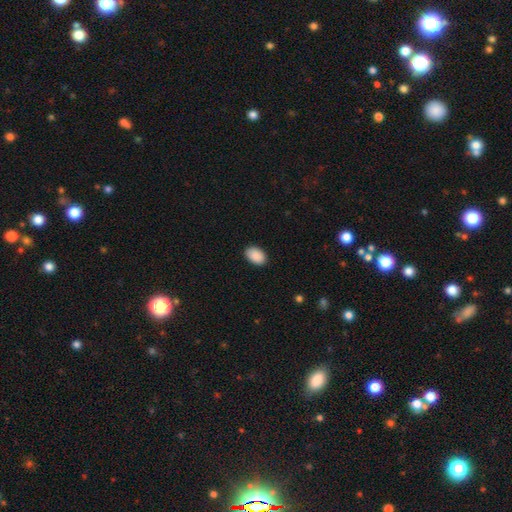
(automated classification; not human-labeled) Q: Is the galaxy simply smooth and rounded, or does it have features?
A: smooth — 91%.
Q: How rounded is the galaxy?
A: in between — 89%.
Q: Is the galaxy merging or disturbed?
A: none — 89%.